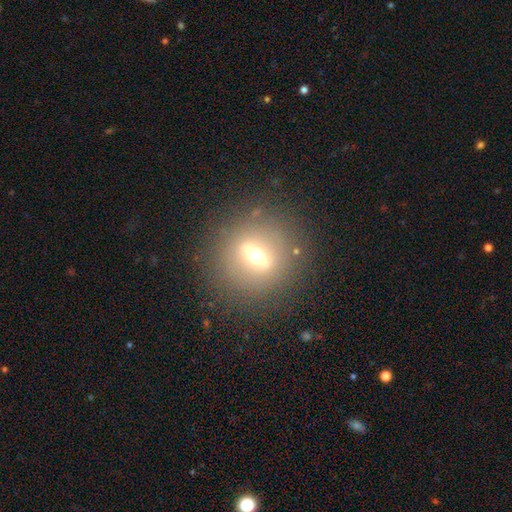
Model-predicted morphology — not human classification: smooth-or-featured: featured or disk: 47% | smooth: 40% | star or artifact: 13%
  merging: none: 84% | minor disturbance: 9% | major disturbance: 5% | merger: 2%